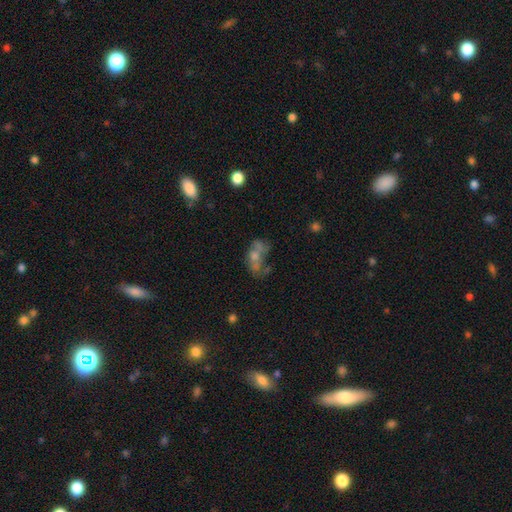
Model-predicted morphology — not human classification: This appears to be a smooth galaxy with no disk features (46%). Merging: merger (31%).